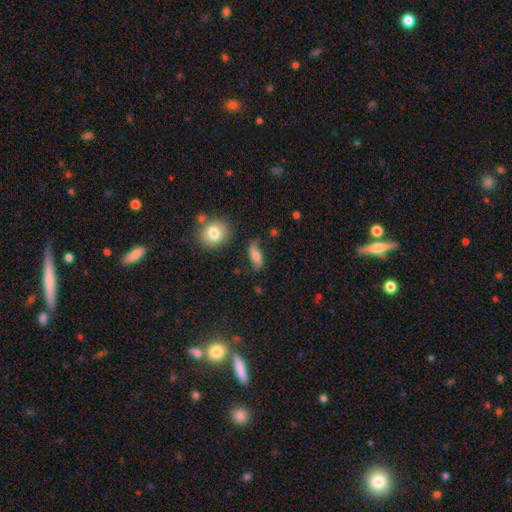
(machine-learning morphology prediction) This appears to be a featured or disk galaxy (55%). Merging: none (66%).